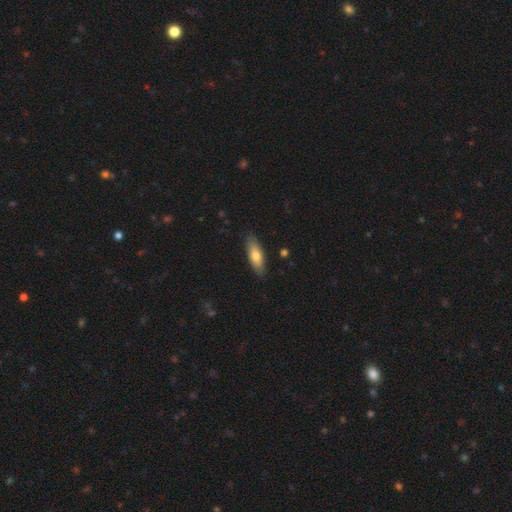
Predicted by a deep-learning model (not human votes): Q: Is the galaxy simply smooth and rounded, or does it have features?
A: smooth — 73%.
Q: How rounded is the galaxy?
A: in between — 58%.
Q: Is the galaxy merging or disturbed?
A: none — 86%.